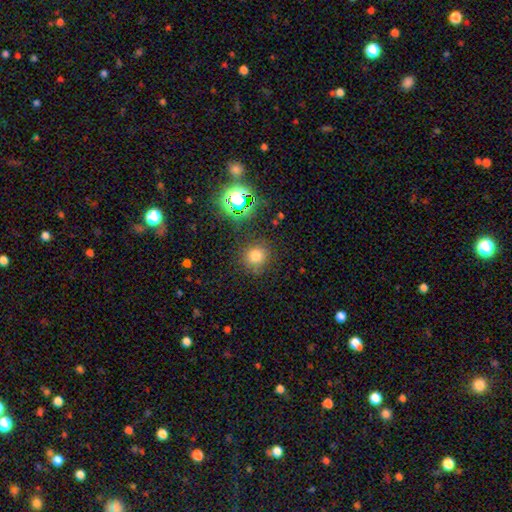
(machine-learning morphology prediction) smooth-or-featured: smooth: 73% | star or artifact: 20% | featured or disk: 7%
  how-rounded: round: 90% | in between: 9% | cigar-shaped: 1%
  merging: none: 84% | minor disturbance: 10% | major disturbance: 4% | merger: 3%